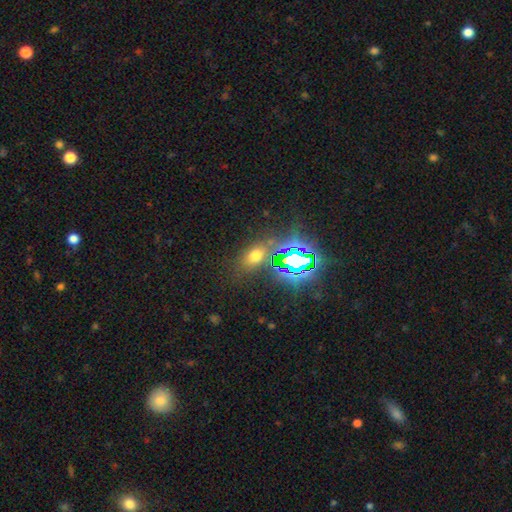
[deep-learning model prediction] Smooth or featured?
  - smooth: 52% *
  - star or artifact: 39%
  - featured or disk: 9%
How rounded?
  - in between: 77% *
  - round: 20%
  - cigar-shaped: 4%
Merging?
  - none: 76% *
  - minor disturbance: 12%
  - merger: 6%
  - major disturbance: 6%